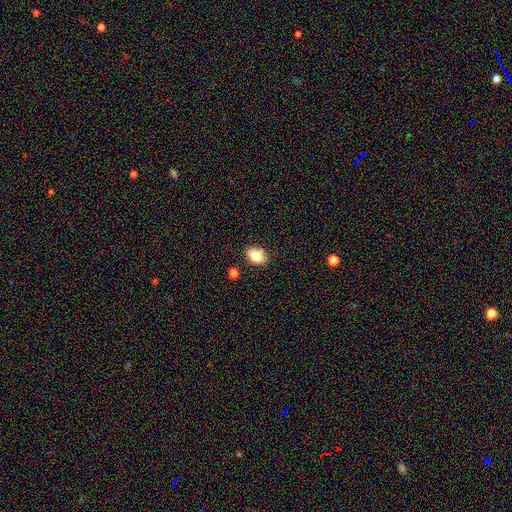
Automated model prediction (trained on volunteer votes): Smooth or featured: smooth — 80% (featured or disk — 10%)
How rounded: in between — 78% (round — 21%)
Merging: none — 79% (minor disturbance — 14%)